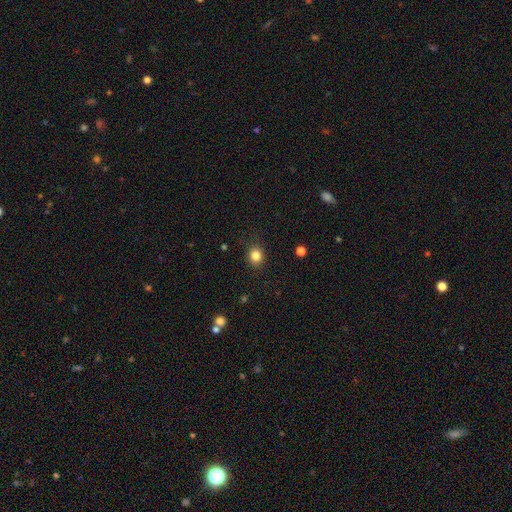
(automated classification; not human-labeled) Smooth or featured?
  - smooth: 83% *
  - star or artifact: 12%
  - featured or disk: 5%
How rounded?
  - round: 76% *
  - in between: 23%
  - cigar-shaped: 1%
Merging?
  - none: 86% *
  - minor disturbance: 10%
  - major disturbance: 3%
  - merger: 1%